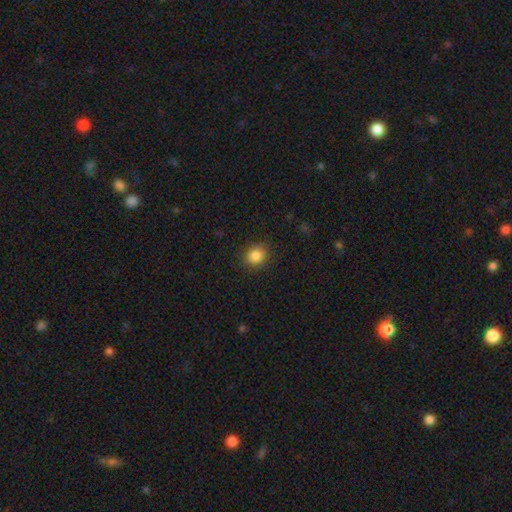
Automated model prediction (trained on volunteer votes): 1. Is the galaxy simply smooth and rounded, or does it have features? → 86% smooth, 10% star or artifact, 4% featured or disk.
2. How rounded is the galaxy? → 67% round, 32% in between, 1% cigar-shaped.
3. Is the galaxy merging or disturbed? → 88% none, 8% minor disturbance, 3% major disturbance, 1% merger.